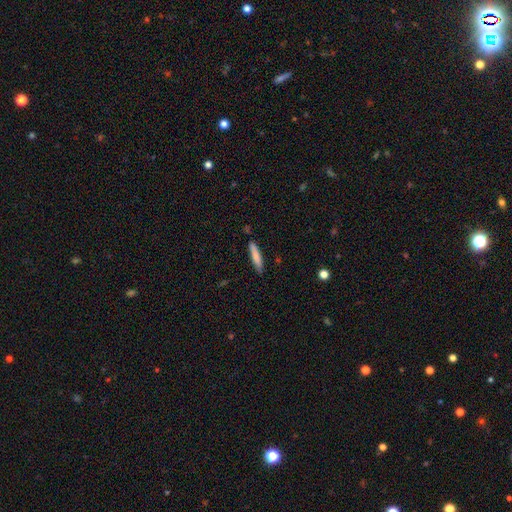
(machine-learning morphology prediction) smooth 78%, featured or disk 16%, star or artifact 6%. Down the decision tree: how rounded — cigar-shaped (88%); merging — none (84%).